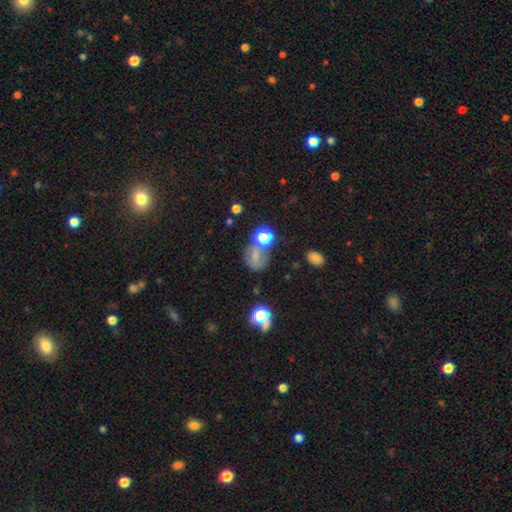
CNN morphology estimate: smooth_or_featured: smooth (p=0.55) [alt: star or artifact p=0.25]
how_rounded: round (p=0.53) [alt: in between p=0.45]
merging: none (p=0.46) [alt: minor disturbance p=0.21]